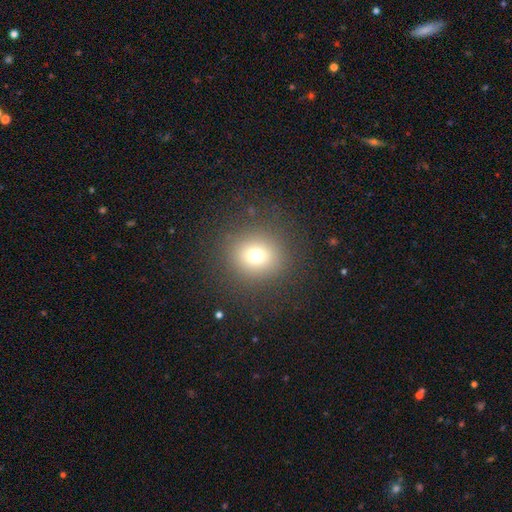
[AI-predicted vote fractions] Morphology: type=smooth (71%); roundness=round (89%); merging=none (87%).